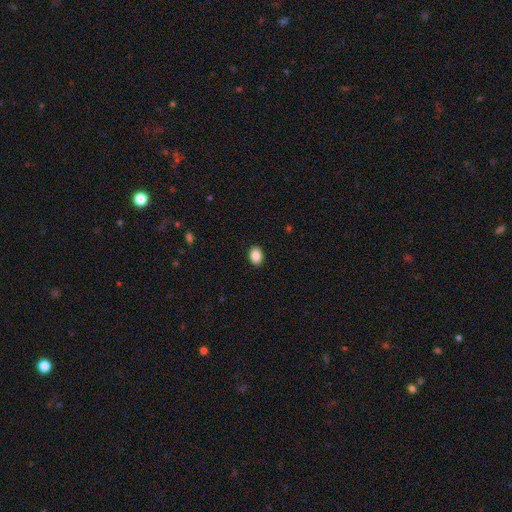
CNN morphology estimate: The model was most divided on "how rounded": in between: 72%, round: 27%, cigar-shaped: 1%. More confident: merging — none (91%); smooth or featured — smooth (89%).